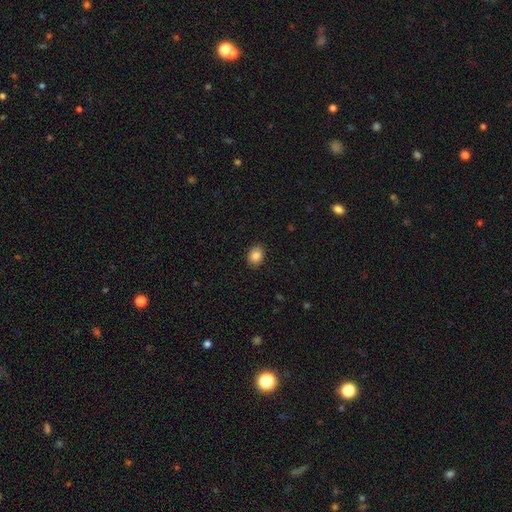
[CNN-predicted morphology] Smooth or featured? smooth (86%)
How rounded? in between (57%)
Merging? none (89%)